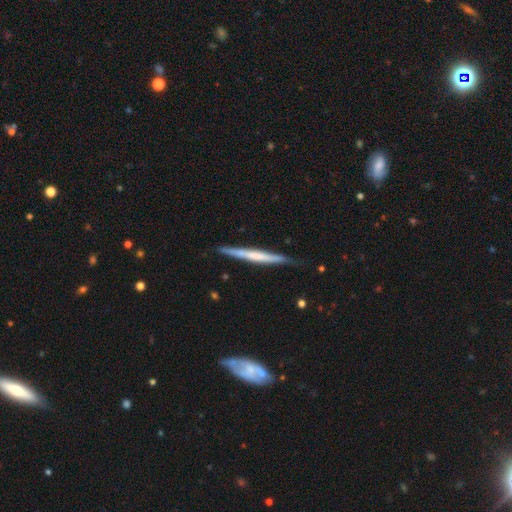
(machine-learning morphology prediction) featured or disk 55%, smooth 40%, star or artifact 5%. Down the decision tree: edge-on disk — yes (97%); edge-on bulge — none (59%); merging — none (82%).